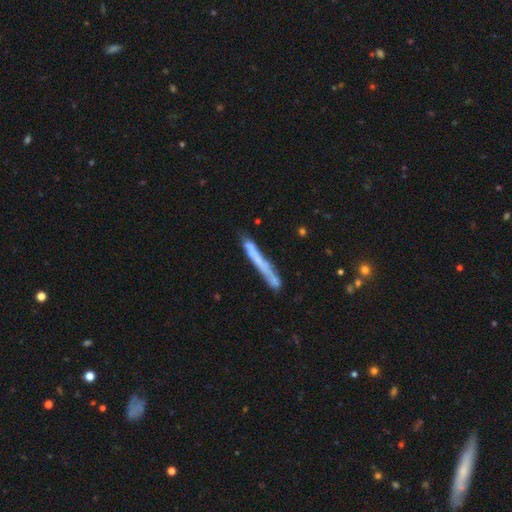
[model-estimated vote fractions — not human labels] Q: Smooth or featured?
A: smooth (53%); runner-up: featured or disk (39%)
Q: How rounded?
A: cigar-shaped (96%); runner-up: in between (2%)
Q: Merging?
A: none (75%); runner-up: minor disturbance (16%)